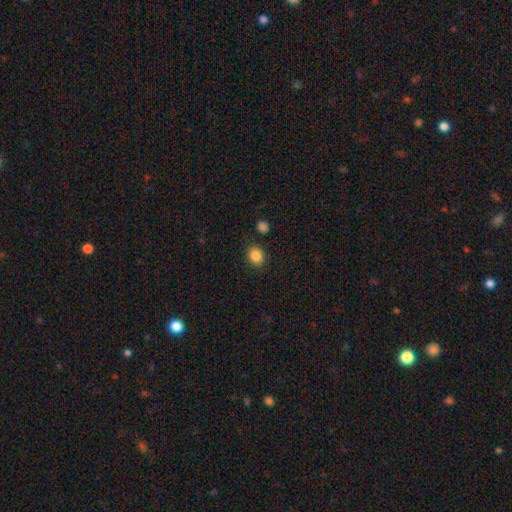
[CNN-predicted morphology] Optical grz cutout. It shows a smooth galaxy with no disk features (86%) that is round (68%). Merging: none (85%).